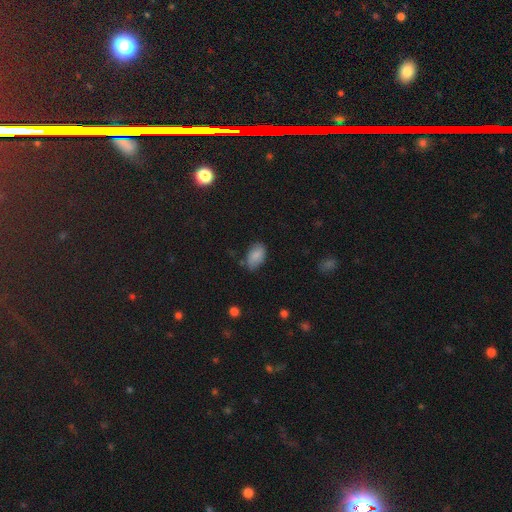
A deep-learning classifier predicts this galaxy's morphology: This is clearly a smooth galaxy (83%). How rounded: clearly in between (93%). Merging: likely none (68%).